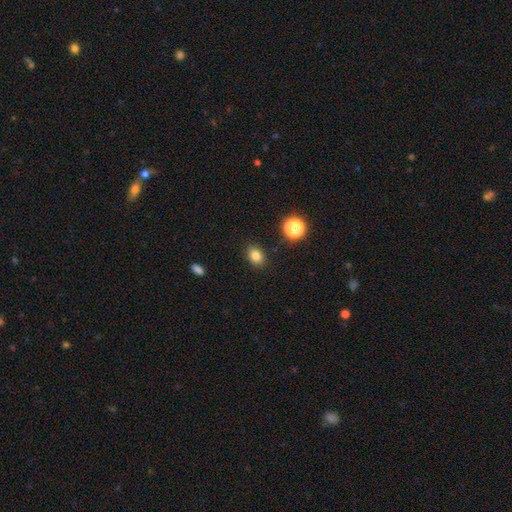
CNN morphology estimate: Smooth or featured? smooth (80%)
How rounded? in between (62%)
Merging? none (87%)